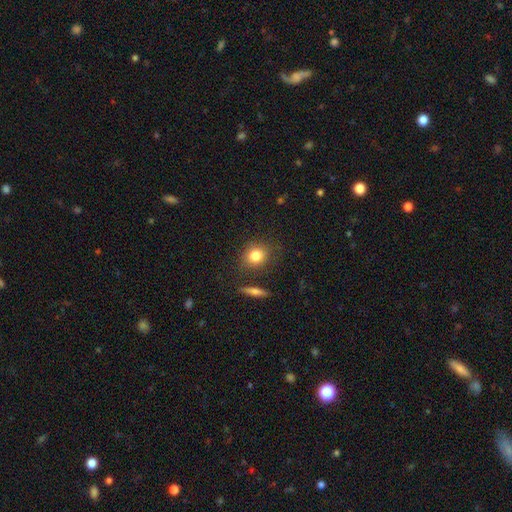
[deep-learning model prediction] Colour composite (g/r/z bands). It shows a smooth galaxy with no disk features (82%) that is round (72%). Merging: none (81%).